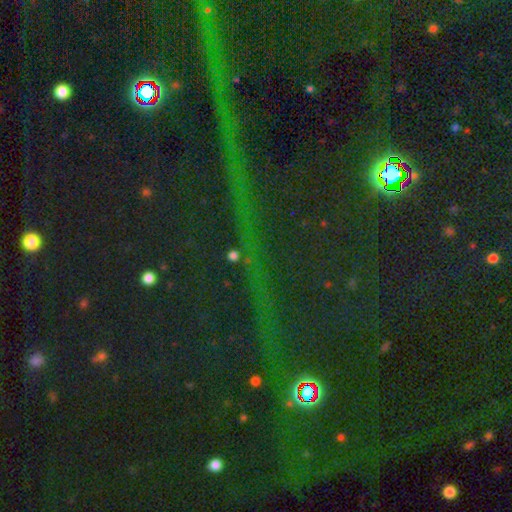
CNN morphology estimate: This appears to be a star or artifact, not a galaxy (82%).